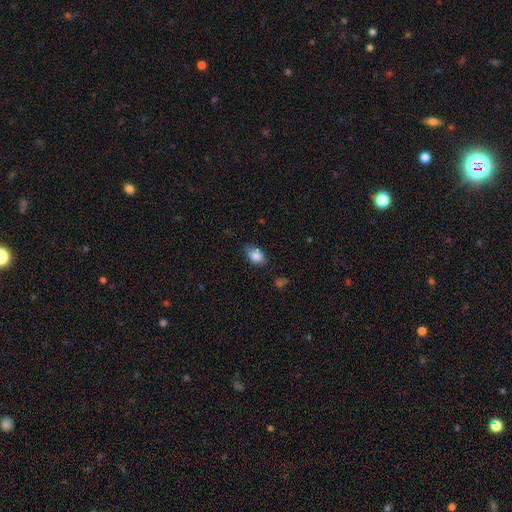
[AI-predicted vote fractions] smooth-or-featured: smooth: 85% | star or artifact: 8% | featured or disk: 8%
  how-rounded: in between: 84% | round: 14% | cigar-shaped: 2%
  merging: none: 76% | minor disturbance: 19% | major disturbance: 4% | merger: 1%